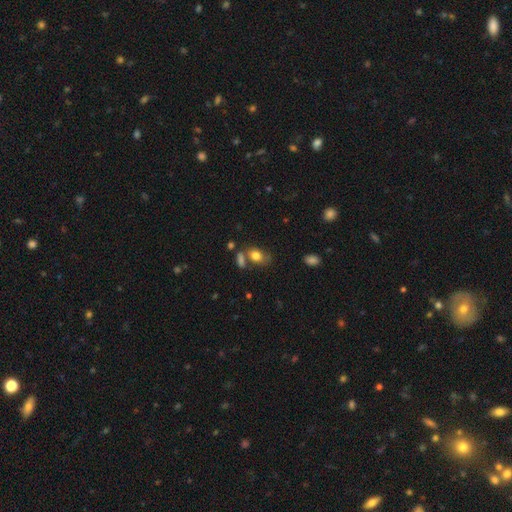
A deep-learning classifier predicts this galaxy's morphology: A smooth galaxy with no disk features (79%) that is in between round and cigar-shaped (75%). Merging: none (51%).